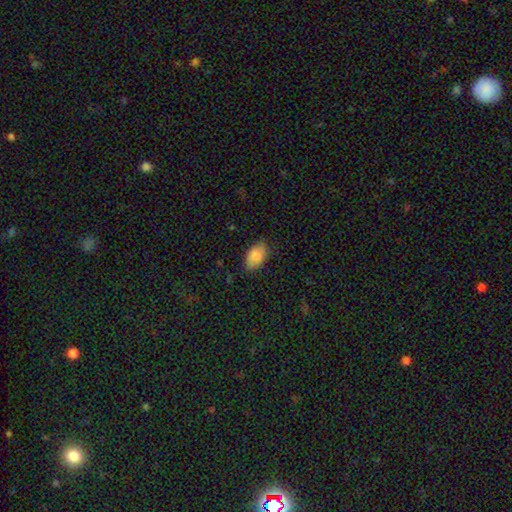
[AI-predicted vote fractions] The model was most divided on "merging": none: 75%, minor disturbance: 20%, major disturbance: 4%, merger: 1%. More confident: how rounded — in between (92%); smooth or featured — smooth (85%).